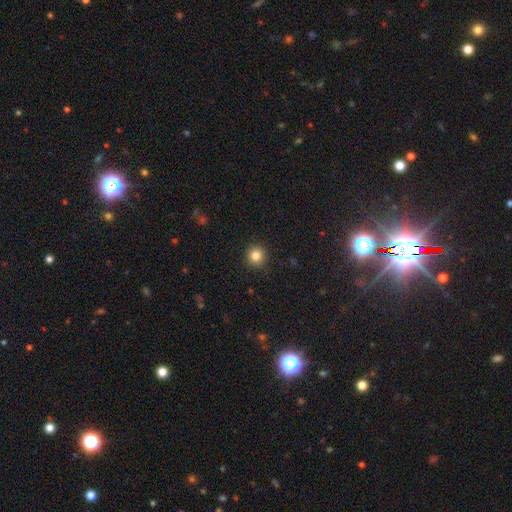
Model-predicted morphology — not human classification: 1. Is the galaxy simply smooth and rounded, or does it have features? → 84% smooth, 11% star or artifact, 5% featured or disk.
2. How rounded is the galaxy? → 94% round, 5% in between, 1% cigar-shaped.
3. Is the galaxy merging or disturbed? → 91% none, 6% minor disturbance, 2% major disturbance, 1% merger.